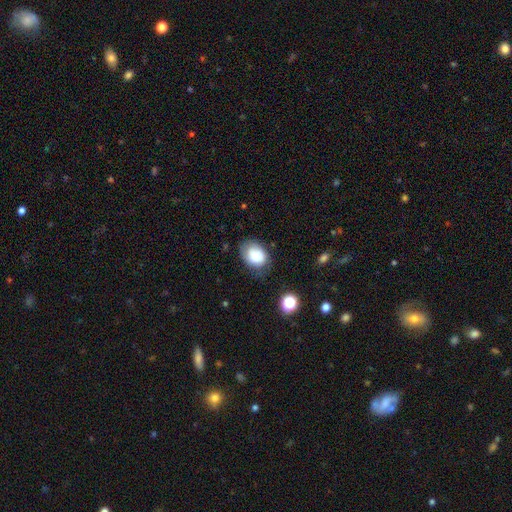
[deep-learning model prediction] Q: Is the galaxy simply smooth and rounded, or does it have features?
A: smooth — 81%.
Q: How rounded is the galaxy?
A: in between — 70%.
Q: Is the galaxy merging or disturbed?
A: none — 62%.